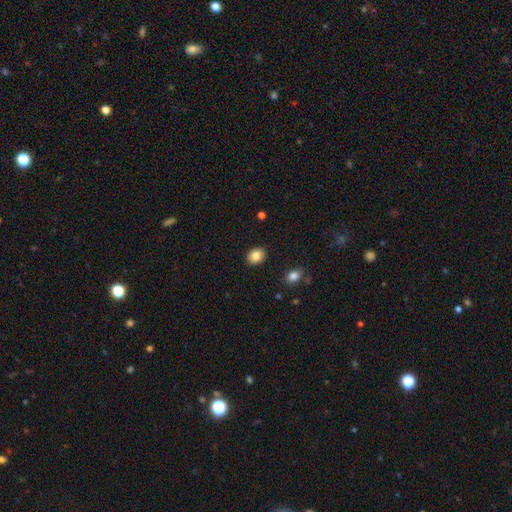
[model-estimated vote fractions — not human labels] Morphology: type=smooth (86%); roundness=in between (55%); merging=none (89%).